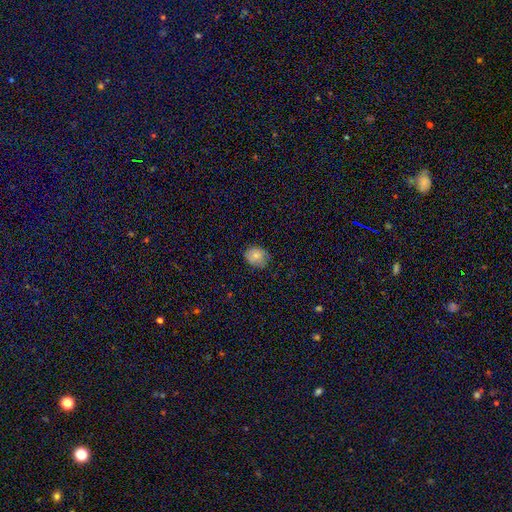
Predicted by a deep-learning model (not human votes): Morphology: type=smooth (78%); roundness=round (55%); merging=none (70%).